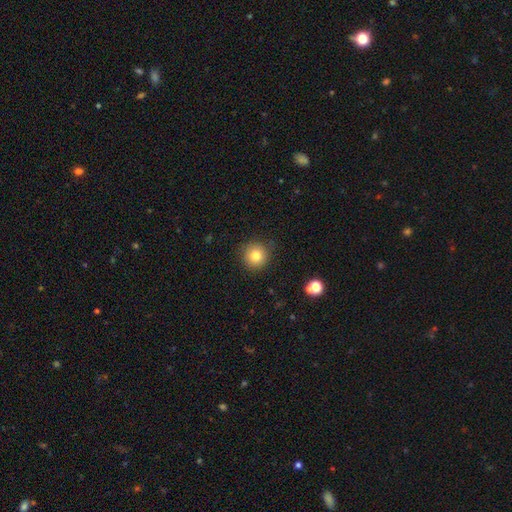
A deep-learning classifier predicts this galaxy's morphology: Smooth or featured: smooth — 80% (star or artifact — 11%)
How rounded: round — 94% (in between — 5%)
Merging: none — 88% (minor disturbance — 9%)